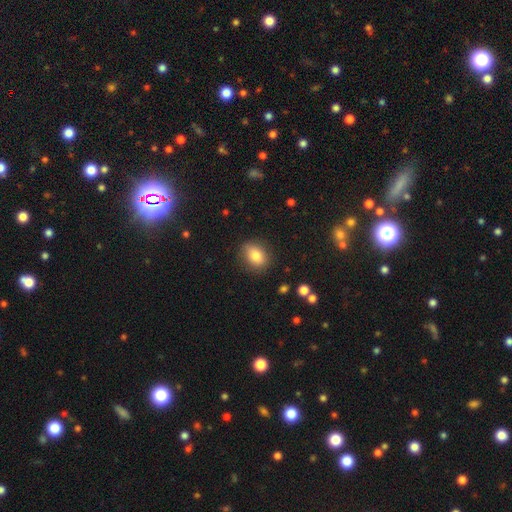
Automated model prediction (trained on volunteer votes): Smooth or featured? smooth (80%)
How rounded? in between (59%)
Merging? none (83%)